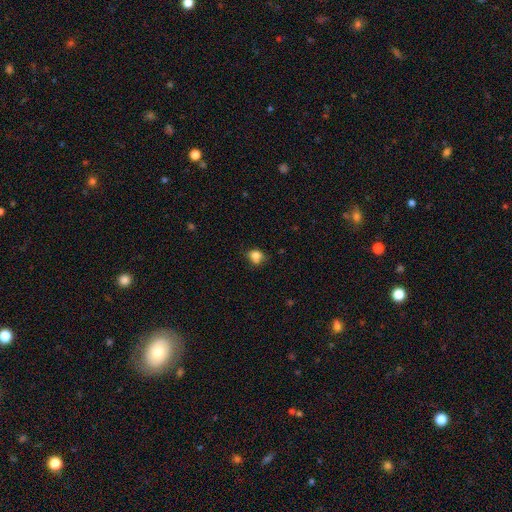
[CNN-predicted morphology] Smooth or featured? Predicted: smooth (p=0.82). How rounded? Predicted: round (p=0.64). Merging? Predicted: none (p=0.59).